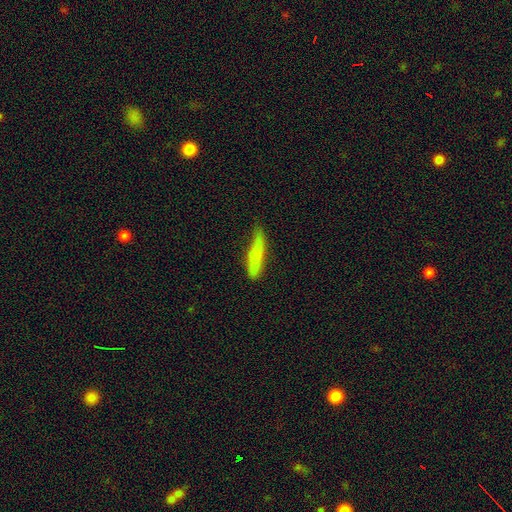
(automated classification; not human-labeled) Smooth or featured? Predicted: smooth (p=0.73). How rounded? Predicted: cigar-shaped (p=0.83). Merging? Predicted: none (p=0.61).